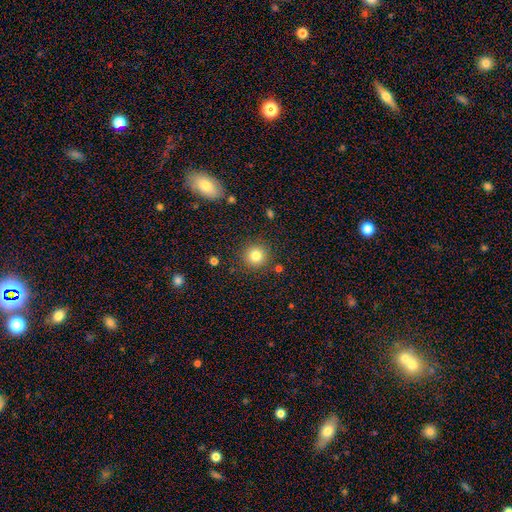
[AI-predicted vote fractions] A smooth galaxy with no disk features (82%) that is round (94%).

Vote fractions:
- Smooth or featured? smooth: 82% / star or artifact: 12% / featured or disk: 7%
- How rounded? round: 94% / in between: 5% / cigar-shaped: 1%
- Merging? none: 88% / minor disturbance: 7% / major disturbance: 3% / merger: 2%